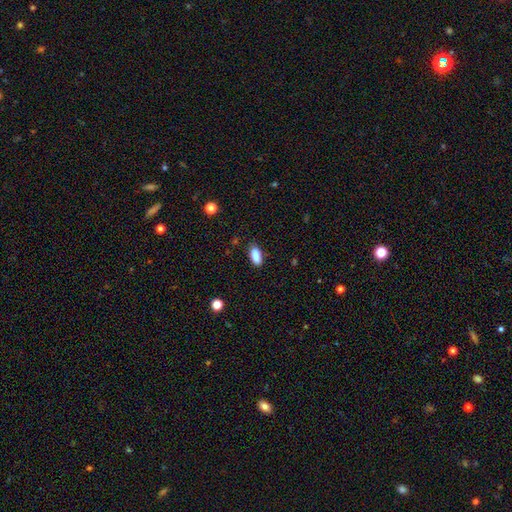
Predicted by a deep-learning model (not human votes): Smooth or featured? smooth (87%)
How rounded? in between (86%)
Merging? none (82%)